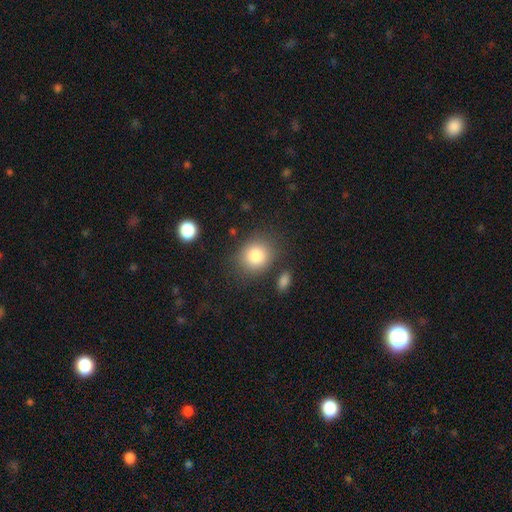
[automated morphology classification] Smooth or featured: smooth — 83% (star or artifact — 10%)
How rounded: round — 68% (in between — 31%)
Merging: none — 79% (minor disturbance — 11%)